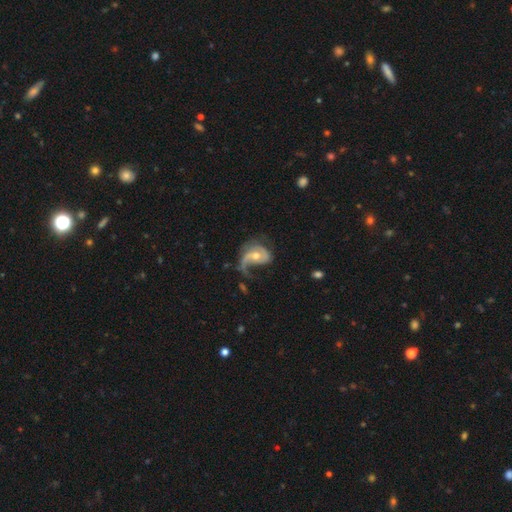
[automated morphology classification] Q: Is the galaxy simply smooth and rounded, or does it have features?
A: featured or disk — 82%.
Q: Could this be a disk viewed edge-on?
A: no — 97%.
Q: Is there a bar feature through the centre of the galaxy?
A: no — 55%.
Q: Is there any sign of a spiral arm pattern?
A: yes — 92%.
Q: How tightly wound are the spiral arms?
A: loose — 56%.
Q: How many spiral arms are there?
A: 2 — 48%.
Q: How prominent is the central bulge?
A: moderate — 63%.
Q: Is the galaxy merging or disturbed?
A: none — 37%, tied with major disturbance.